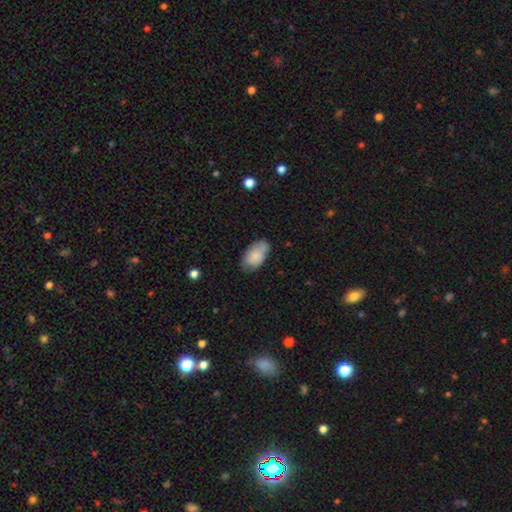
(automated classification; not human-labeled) A smooth galaxy with no disk features (83%) that is in between round and cigar-shaped (95%). Merging: none (74%).